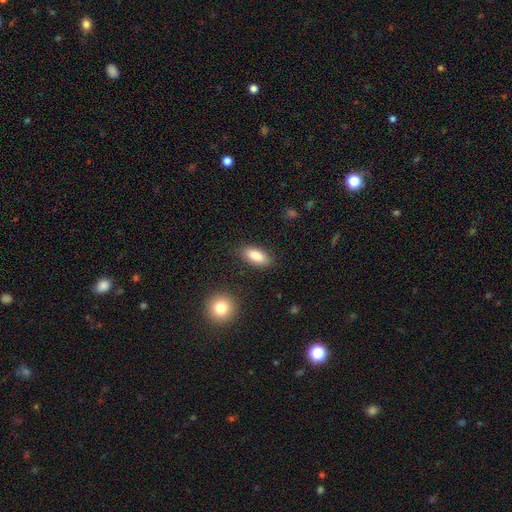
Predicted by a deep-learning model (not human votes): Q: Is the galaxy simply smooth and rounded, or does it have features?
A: smooth — 86%.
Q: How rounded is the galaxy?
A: in between — 84%.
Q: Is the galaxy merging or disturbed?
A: none — 85%.